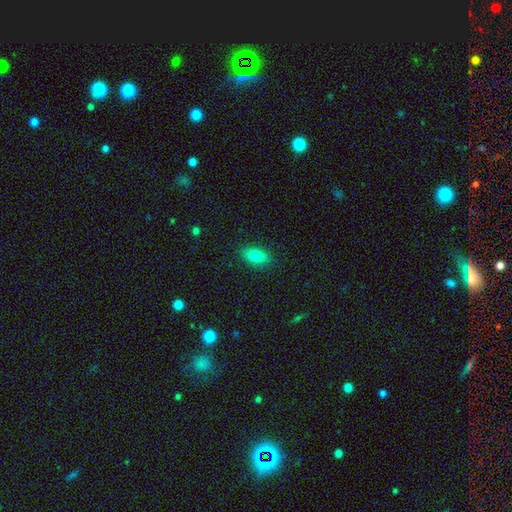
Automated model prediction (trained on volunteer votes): Smooth or featured?
  - smooth: 80% *
  - featured or disk: 11%
  - star or artifact: 9%
How rounded?
  - in between: 89% *
  - cigar-shaped: 6%
  - round: 5%
Merging?
  - none: 87% *
  - minor disturbance: 9%
  - major disturbance: 2%
  - merger: 1%